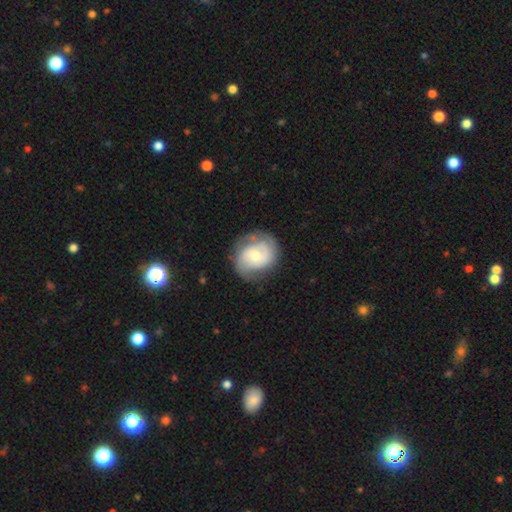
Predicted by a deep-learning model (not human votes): A featured or disk galaxy (68%) with no bar (58%), 2 (73%) medium (42%) spiral arms (88%) and a small central bulge (47%).

Vote fractions:
- Smooth or featured? featured or disk: 68% / smooth: 26% / star or artifact: 6%
- Edge-on disk? no: 98% / yes: 2%
- Bar? no: 58% / weak: 35% / strong: 7%
- Spiral arms? yes: 88% / no: 12%
- Spiral winding? medium: 42% / tight: 41% / loose: 17%
- Spiral arm count? 2: 73% / can't tell: 15% / 3: 5% / 1: 4% / 4: 2% / more than 4: 2%
- Bulge size? small: 47% / moderate: 44% / large: 5% / none: 2% / dominant: 1%
- Merging? none: 68% / minor disturbance: 20% / major disturbance: 10% / merger: 2%